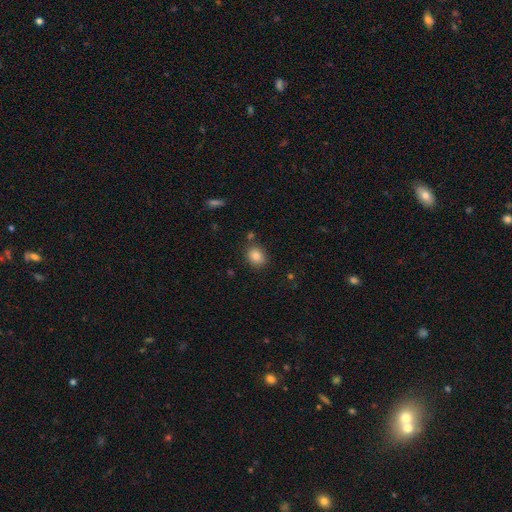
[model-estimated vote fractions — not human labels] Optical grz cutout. It shows a smooth galaxy with no disk features (84%) that is round (54%). Merging: none (80%).